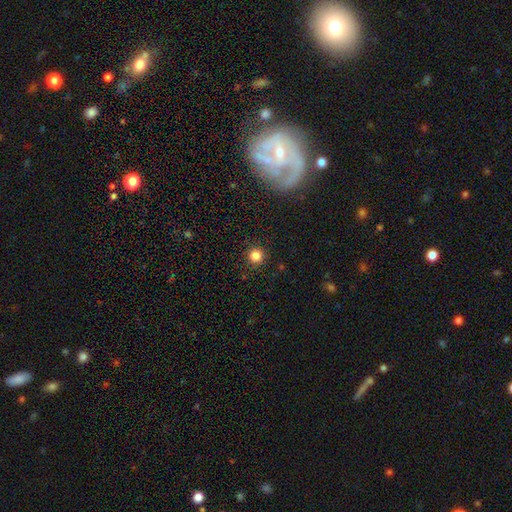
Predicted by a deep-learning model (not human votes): Q: Smooth or featured?
A: smooth (83%); runner-up: star or artifact (13%)
Q: How rounded?
A: round (95%); runner-up: in between (4%)
Q: Merging?
A: none (92%); runner-up: minor disturbance (5%)